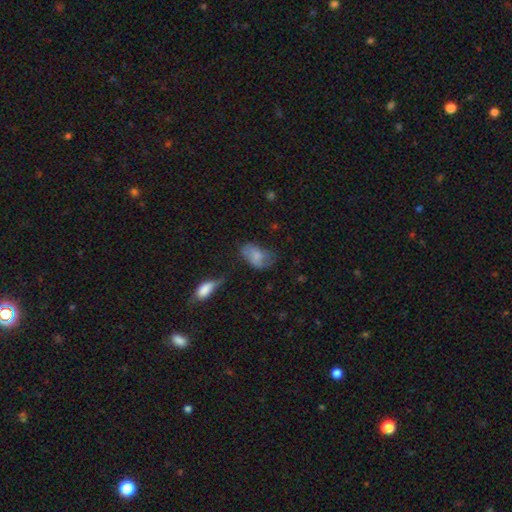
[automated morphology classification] smooth-or-featured: smooth: 67% | featured or disk: 25% | star or artifact: 9%
  how-rounded: in between: 90% | round: 8% | cigar-shaped: 2%
  merging: none: 40% | minor disturbance: 33% | major disturbance: 20% | merger: 6%